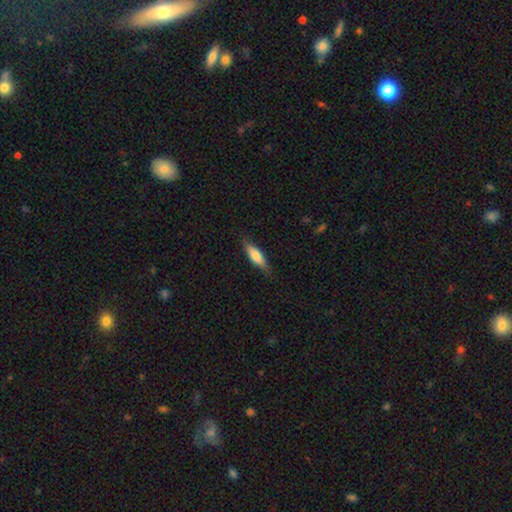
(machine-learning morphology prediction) Overall: smooth (72%). How rounded: cigar-shaped (54%; in between 44%). Merging: none (82%).